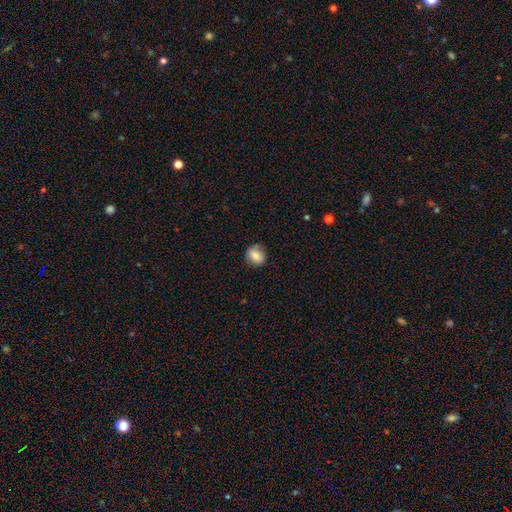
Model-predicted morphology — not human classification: The model was most divided on "how rounded": round: 69%, in between: 30%, cigar-shaped: 1%. More confident: merging — none (79%); smooth or featured — smooth (78%).